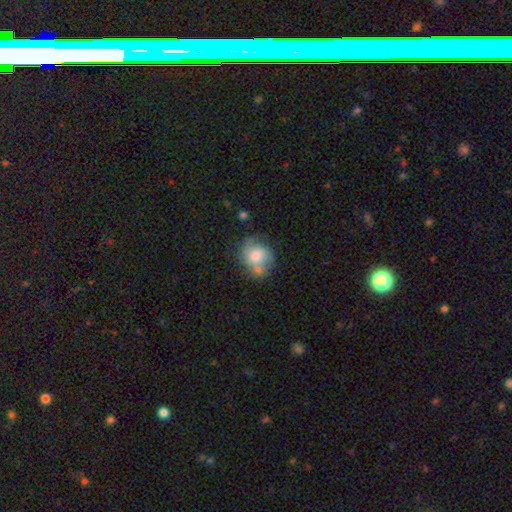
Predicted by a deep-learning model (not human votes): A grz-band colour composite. It shows a smooth galaxy with no disk features (65%) that is round (68%). Merging: none (41%).